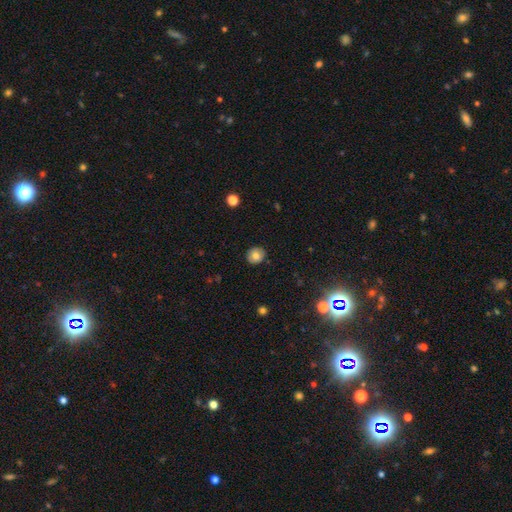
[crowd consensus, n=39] This appears to be a smooth galaxy with no disk features (64%) that is round (92%). Merging: none (89%).